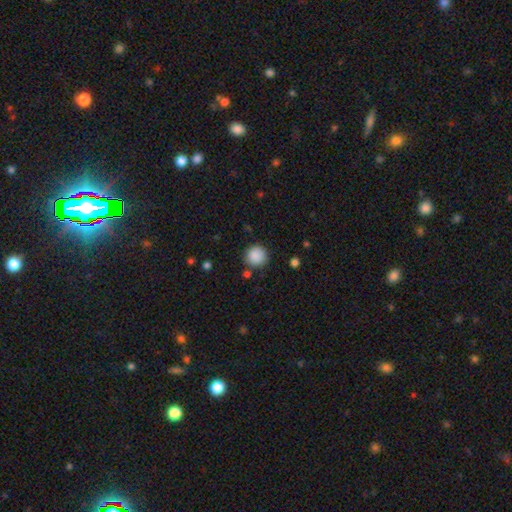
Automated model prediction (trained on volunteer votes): Smooth or featured? Predicted: smooth (p=0.89). How rounded? Predicted: round (p=0.93). Merging? Predicted: none (p=0.86).